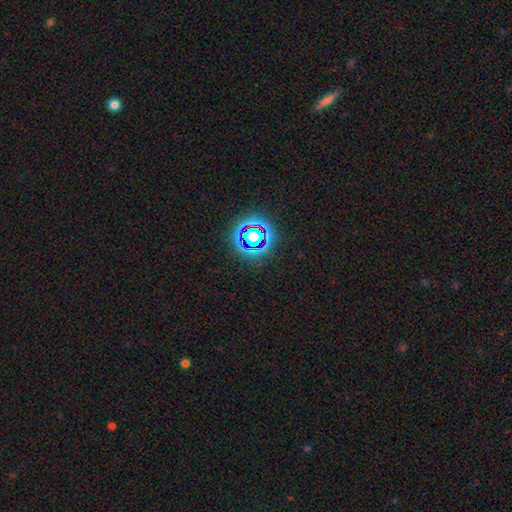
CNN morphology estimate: A star or artifact, not a galaxy (75%).